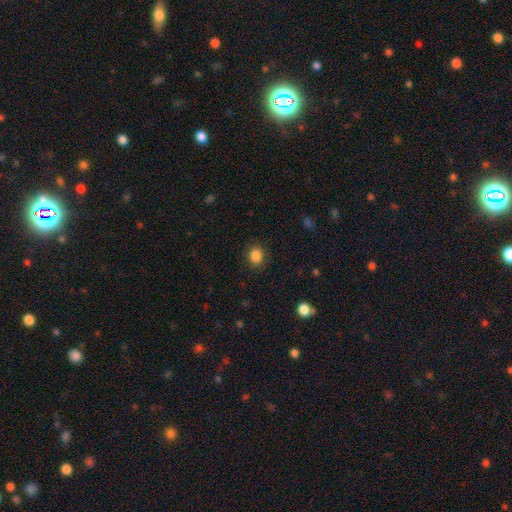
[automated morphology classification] type=smooth (85%); roundness=round (71%); merging=none (88%).